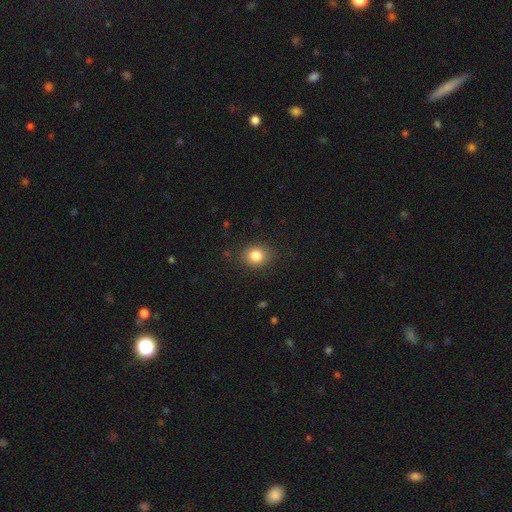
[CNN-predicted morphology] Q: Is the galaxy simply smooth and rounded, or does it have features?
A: smooth — 83%.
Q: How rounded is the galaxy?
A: round — 61%.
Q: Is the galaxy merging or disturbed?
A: none — 85%.